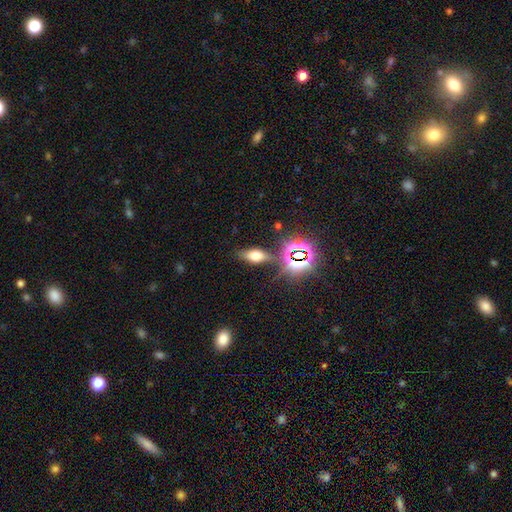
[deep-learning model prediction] smooth-or-featured: smooth: 52% | star or artifact: 26% | featured or disk: 22%
  how-rounded: in between: 74% | cigar-shaped: 17% | round: 9%
  merging: none: 77% | minor disturbance: 13% | major disturbance: 5% | merger: 5%